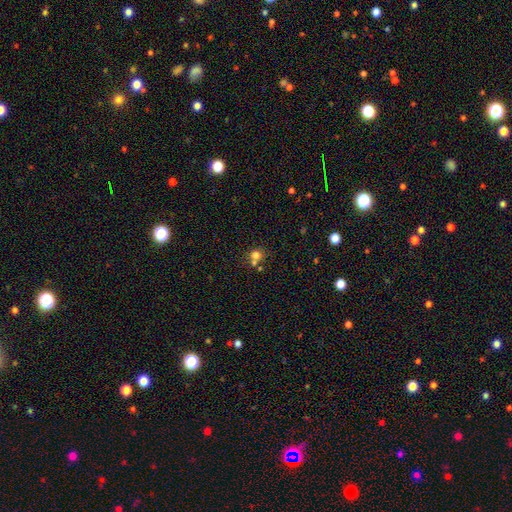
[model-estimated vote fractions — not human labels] Smooth or featured? Predicted: smooth (p=0.73). How rounded? Predicted: round (p=0.82). Merging? Predicted: none (p=0.53).